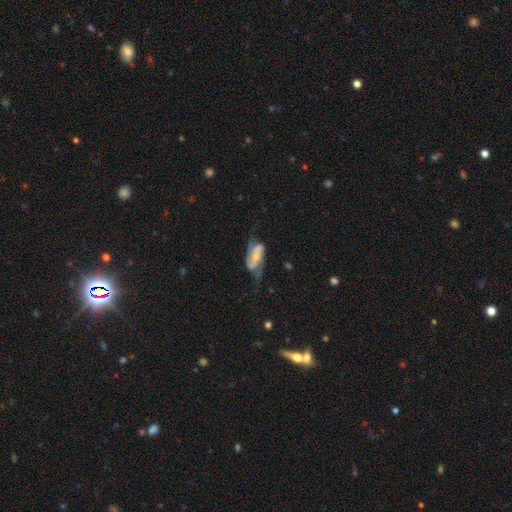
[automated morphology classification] featured or disk 76%, smooth 18%, star or artifact 6%. Down the decision tree: edge-on disk — no (94%); bar — weak (34%); spiral arms — yes (92%); spiral arm count — 2 (90%); spiral winding — loose (54%); bulge size — small (52%); merging — none (56%).